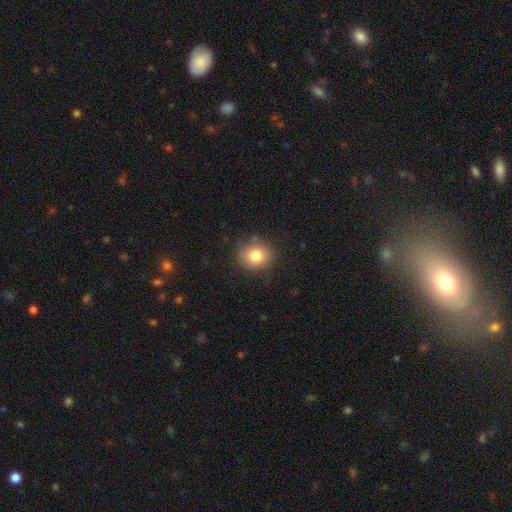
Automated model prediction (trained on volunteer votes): This is clearly a smooth galaxy (82%). How rounded: likely round (79%). Merging: clearly none (81%).